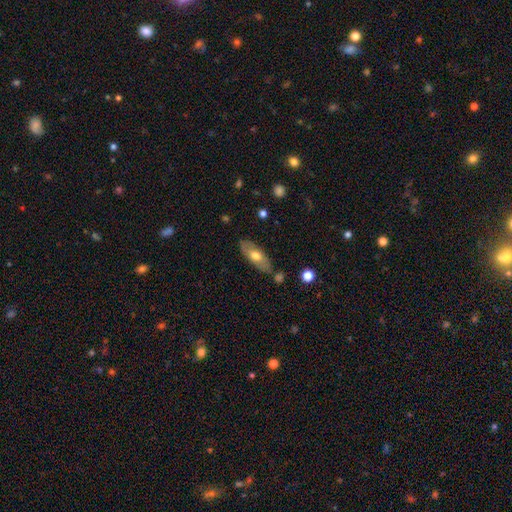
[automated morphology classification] smooth_or_featured: smooth (p=0.55) [alt: featured or disk p=0.39]
how_rounded: in between (p=0.77) [alt: cigar-shaped p=0.20]
merging: none (p=0.77) [alt: minor disturbance p=0.15]